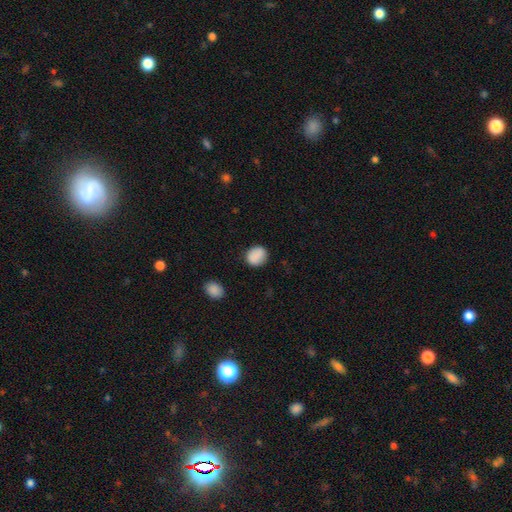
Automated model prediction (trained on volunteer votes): Smooth or featured? Predicted: smooth (p=0.87). How rounded? Predicted: round (p=0.72). Merging? Predicted: none (p=0.85).